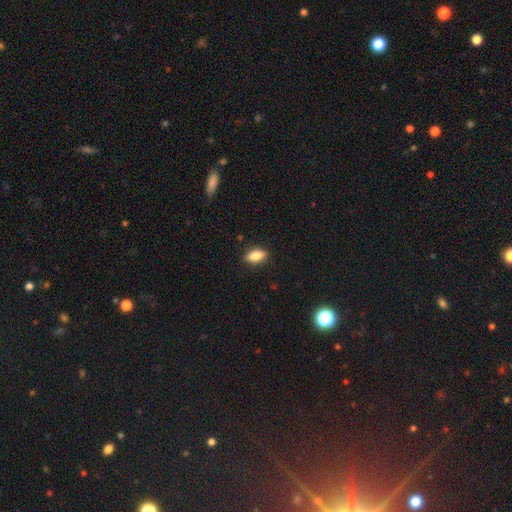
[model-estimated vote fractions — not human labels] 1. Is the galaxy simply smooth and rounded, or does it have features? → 82% smooth, 10% featured or disk, 8% star or artifact.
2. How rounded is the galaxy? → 86% in between, 8% cigar-shaped, 6% round.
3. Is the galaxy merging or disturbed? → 86% none, 11% minor disturbance, 2% major disturbance, 1% merger.